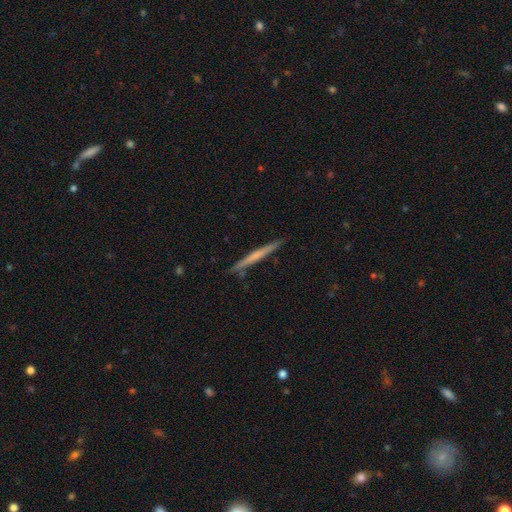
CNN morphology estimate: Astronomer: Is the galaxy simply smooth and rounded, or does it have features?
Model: featured or disk — 48% (runner-up: smooth, 46%).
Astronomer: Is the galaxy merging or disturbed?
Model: none — 89%.